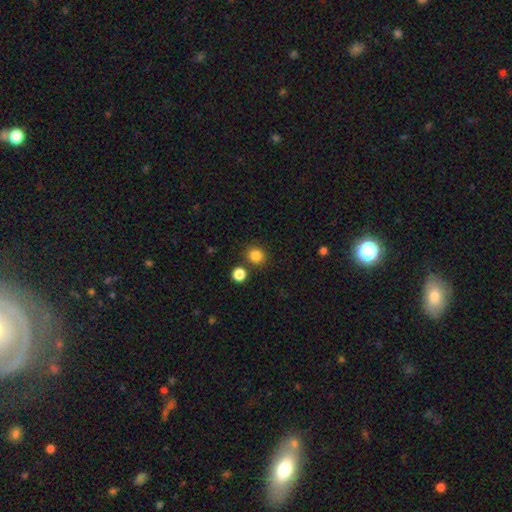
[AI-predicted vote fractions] Q: Smooth or featured?
A: smooth (84%); runner-up: star or artifact (12%)
Q: How rounded?
A: round (87%); runner-up: in between (12%)
Q: Merging?
A: none (82%); runner-up: minor disturbance (8%)